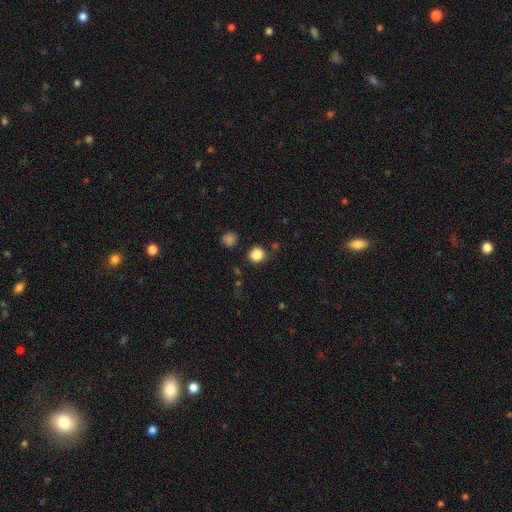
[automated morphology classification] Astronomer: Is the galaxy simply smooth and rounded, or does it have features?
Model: smooth — 85%.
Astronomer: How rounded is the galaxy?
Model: round — 83%.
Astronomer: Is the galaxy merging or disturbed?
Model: none — 79%.